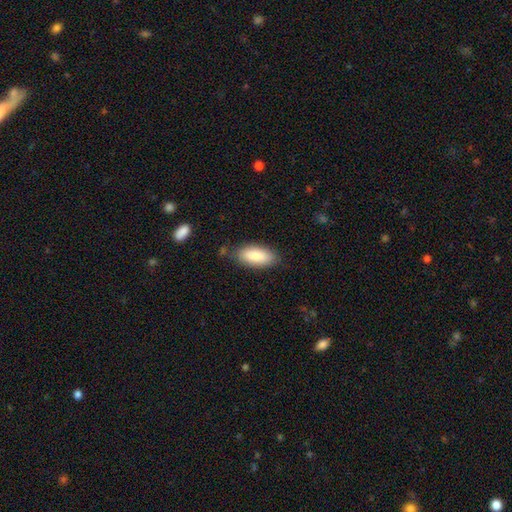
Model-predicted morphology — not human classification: The model was most divided on "merging": none: 80%, minor disturbance: 14%, major disturbance: 3%, merger: 3%. More confident: smooth or featured — smooth (86%); how rounded — in between (86%).